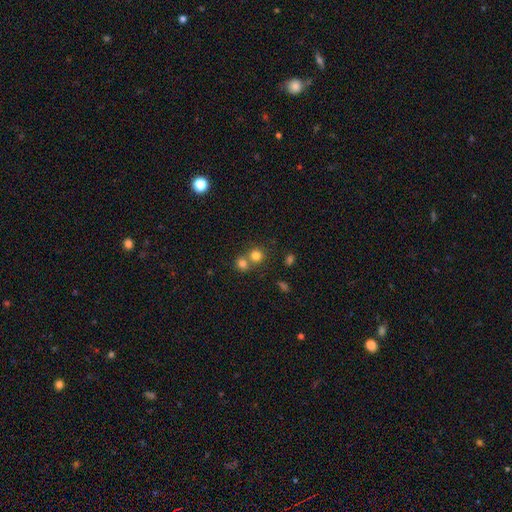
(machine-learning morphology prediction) Smooth or featured?
  - smooth: 79% *
  - star or artifact: 14%
  - featured or disk: 8%
How rounded?
  - round: 87% *
  - in between: 12%
  - cigar-shaped: 1%
Merging?
  - none: 51% *
  - merger: 41%
  - minor disturbance: 6%
  - major disturbance: 2%